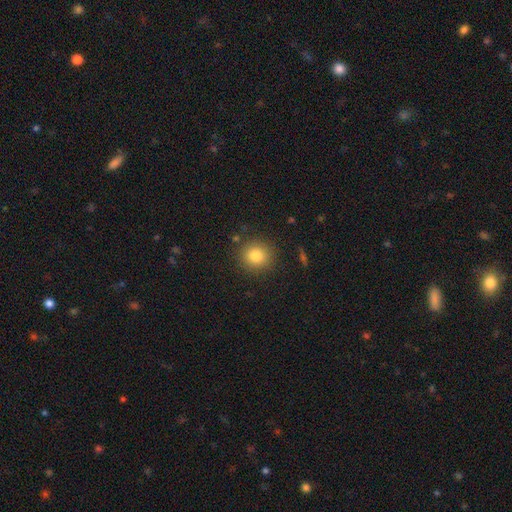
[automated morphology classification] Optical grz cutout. It shows a smooth galaxy with no disk features (82%) that is round (90%). Merging: none (88%).